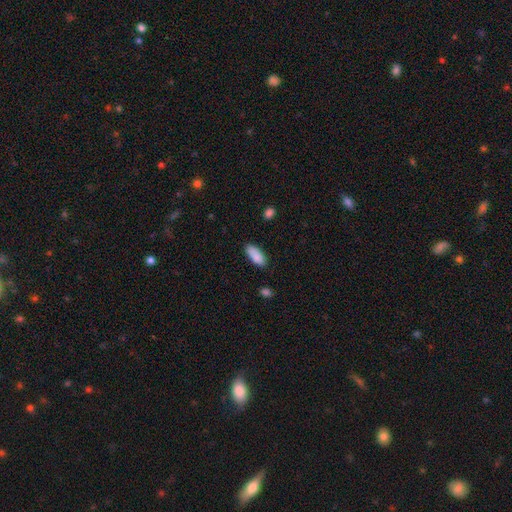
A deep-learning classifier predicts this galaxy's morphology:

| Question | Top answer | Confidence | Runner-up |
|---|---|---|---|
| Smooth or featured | smooth | 88% | star or artifact (6%) |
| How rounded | in between | 80% | cigar-shaped (18%) |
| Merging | none | 82% | minor disturbance (14%) |